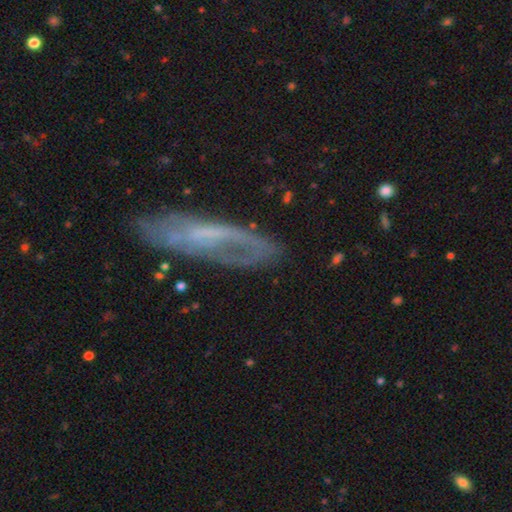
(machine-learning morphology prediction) Smooth or featured: featured or disk — 63% (smooth — 28%)
Edge-on disk: no — 63% (yes — 37%)
Merging: none — 63% (minor disturbance — 22%)